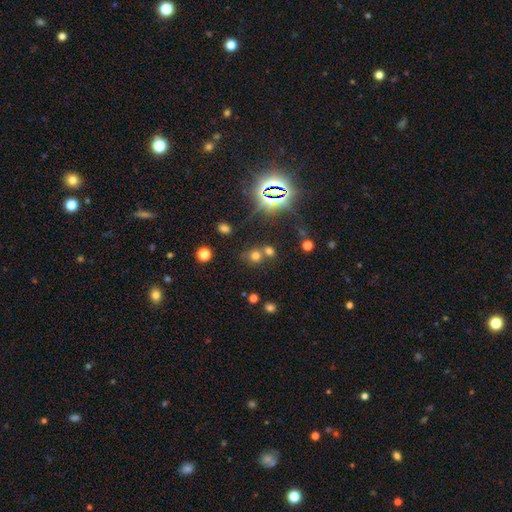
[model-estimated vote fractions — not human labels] smooth-or-featured: smooth: 59% | star or artifact: 32% | featured or disk: 9%
  how-rounded: round: 81% | in between: 18% | cigar-shaped: 1%
  merging: none: 55% | merger: 34% | minor disturbance: 8% | major disturbance: 4%